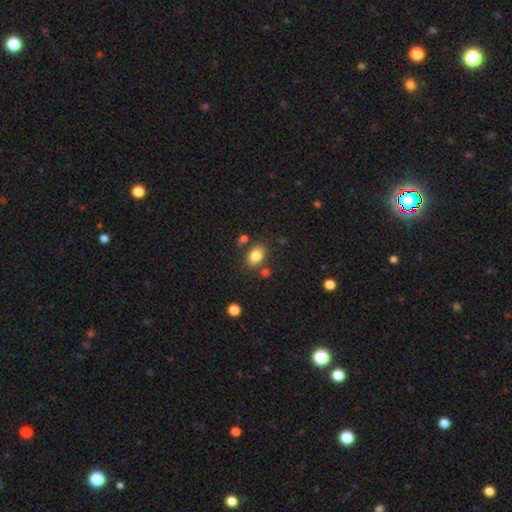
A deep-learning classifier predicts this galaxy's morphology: A smooth galaxy with no disk features (82%) that is in between round and cigar-shaped (81%).

Vote fractions:
- Smooth or featured? smooth: 82% / star or artifact: 9% / featured or disk: 9%
- How rounded? in between: 81% / round: 17% / cigar-shaped: 1%
- Merging? none: 74% / minor disturbance: 13% / merger: 9% / major disturbance: 4%